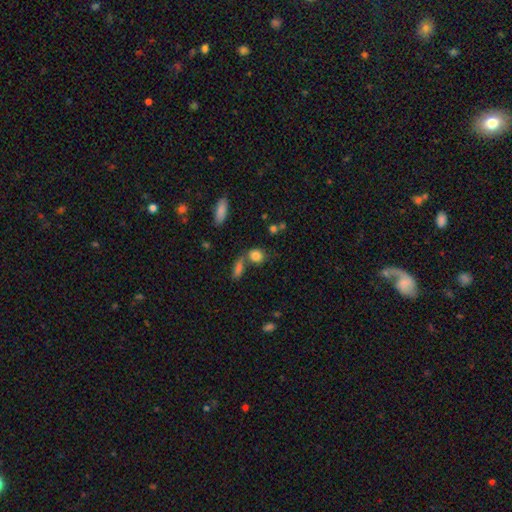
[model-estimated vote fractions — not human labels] Q: Smooth or featured?
A: smooth (83%); runner-up: star or artifact (10%)
Q: How rounded?
A: round (56%); runner-up: in between (40%)
Q: Merging?
A: none (56%); runner-up: merger (27%)